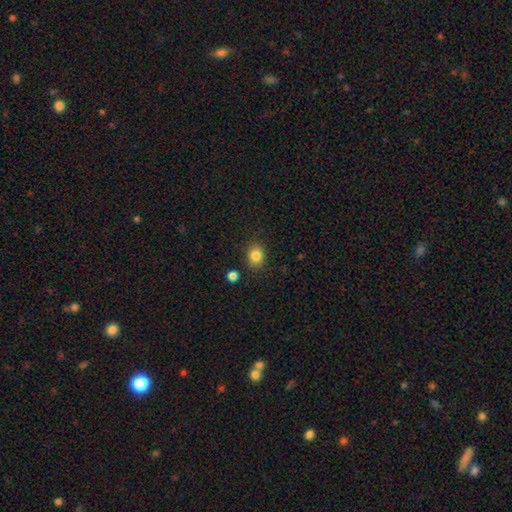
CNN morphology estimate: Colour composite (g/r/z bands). It shows a smooth galaxy with no disk features (84%) that is round (60%). Merging: none (84%).